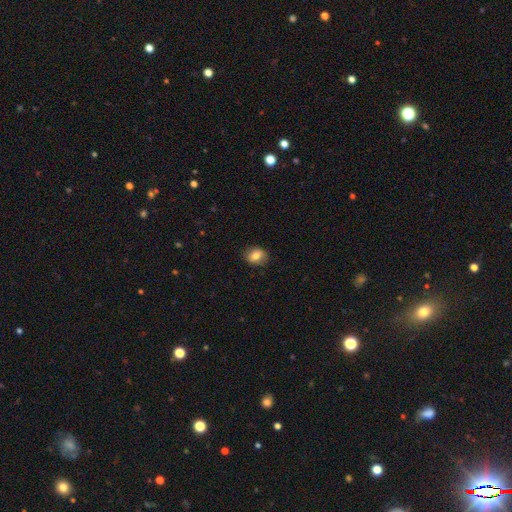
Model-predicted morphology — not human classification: Overall: smooth (79%). How rounded: in between (54%; round 45%). Merging: none (86%).